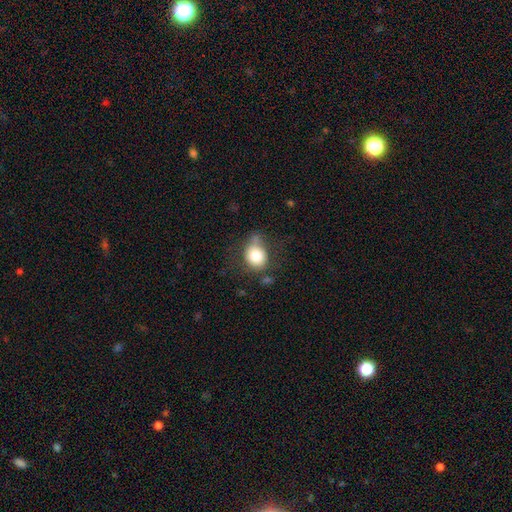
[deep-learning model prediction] This appears to be a smooth galaxy with no disk features (78%) that is round (58%). Merging: none (49%).